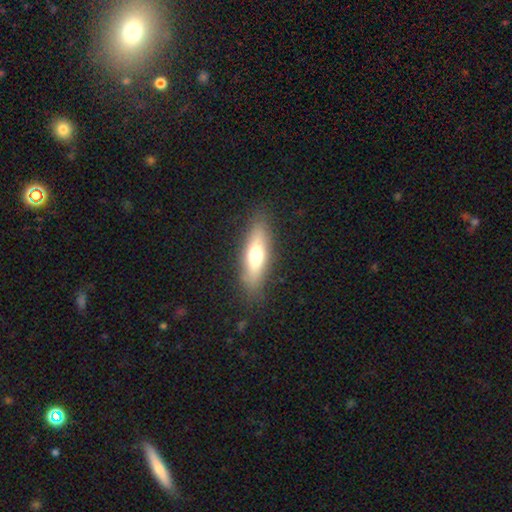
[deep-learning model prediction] A smooth galaxy with no disk features (61%) that is cigar-shaped (50%). Merging: none (84%).